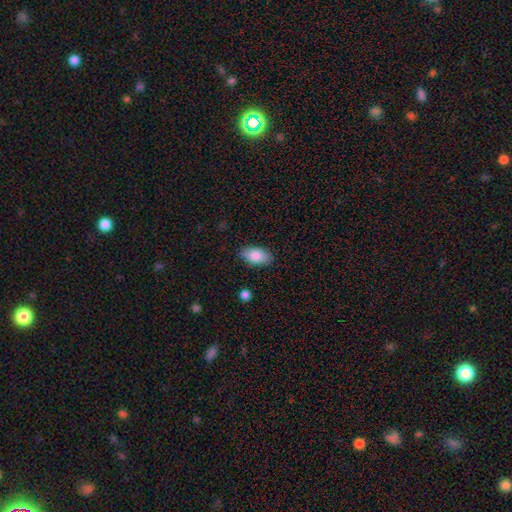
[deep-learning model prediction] A smooth galaxy with no disk features (85%) that is in between round and cigar-shaped (93%). Merging: none (86%).